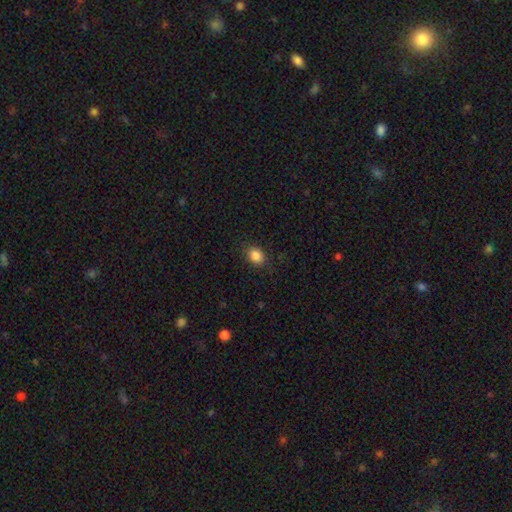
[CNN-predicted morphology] This is clearly a smooth galaxy (86%). How rounded: possibly in between (56%). Merging: clearly none (86%).